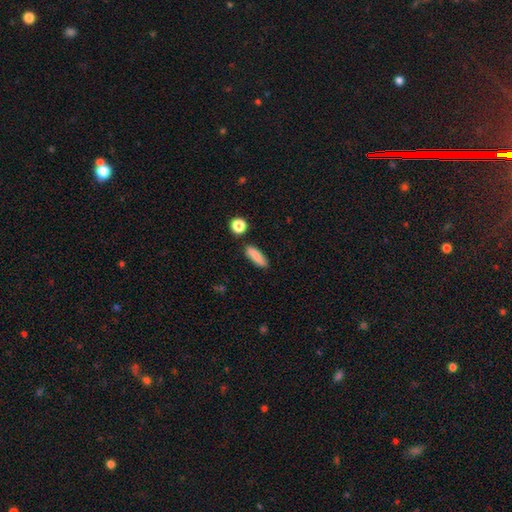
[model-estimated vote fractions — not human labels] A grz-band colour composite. It shows a smooth galaxy with no disk features (85%) that is in between round and cigar-shaped (51%). Merging: none (85%).